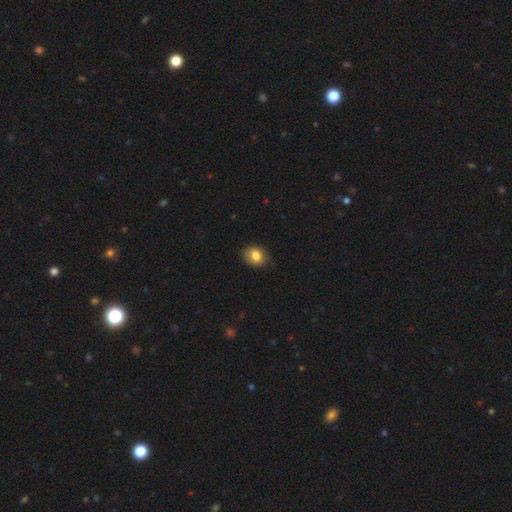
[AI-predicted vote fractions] smooth 82%, featured or disk 9%, star or artifact 9%. Down the decision tree: how rounded — in between (58%); merging — none (80%).